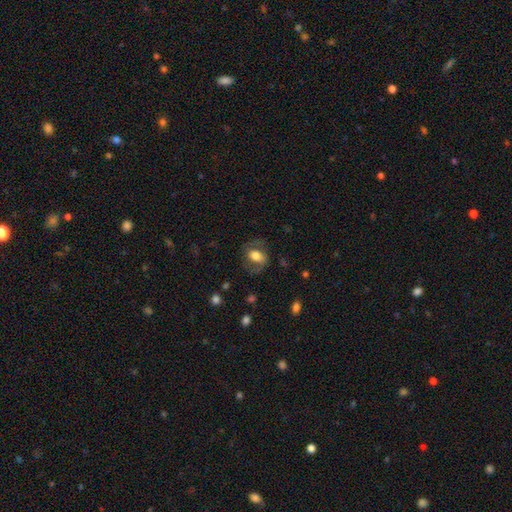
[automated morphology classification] smooth 56%, featured or disk 37%, star or artifact 7%. Down the decision tree: how rounded — in between (70%); merging — none (67%).